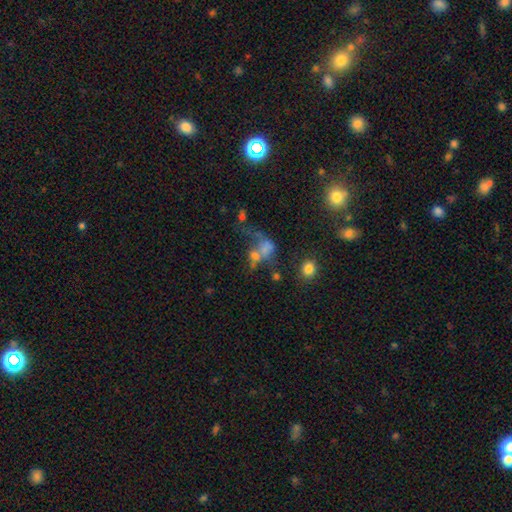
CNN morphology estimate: Overall: smooth (50%; featured or disk 27%). How rounded: in between (52%; round 46%). Merging: merger (39%; major disturbance 27%).